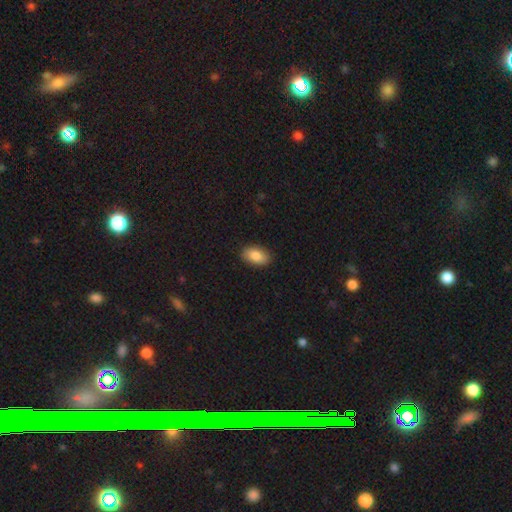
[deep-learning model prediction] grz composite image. It shows a smooth galaxy with no disk features (86%) that is in between round and cigar-shaped (92%). Merging: none (89%).